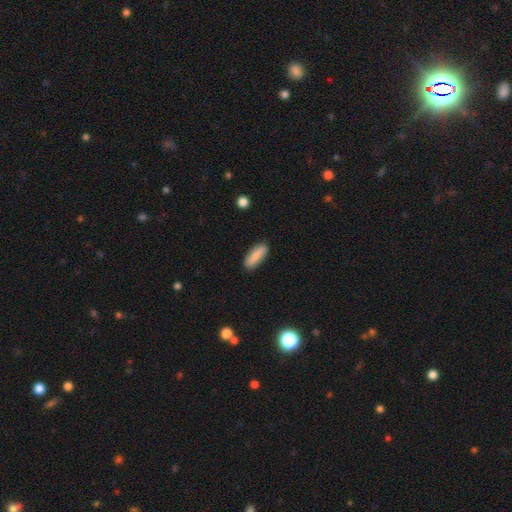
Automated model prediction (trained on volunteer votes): smooth 85%, featured or disk 9%, star or artifact 6%. Down the decision tree: how rounded — in between (53%); merging — none (87%).